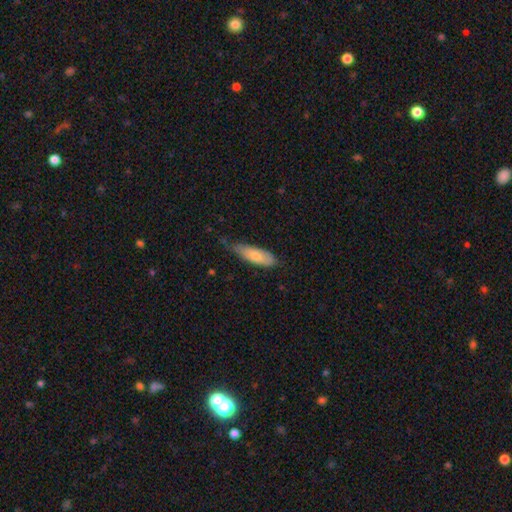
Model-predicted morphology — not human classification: Smooth or featured? smooth (74%)
How rounded? in between (62%)
Merging? none (51%)